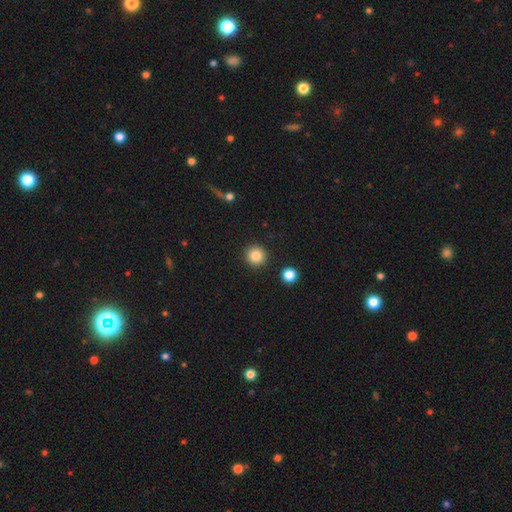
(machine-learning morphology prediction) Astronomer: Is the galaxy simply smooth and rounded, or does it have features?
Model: smooth — 84%.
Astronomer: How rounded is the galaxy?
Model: round — 95%.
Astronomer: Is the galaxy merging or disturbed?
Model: none — 92%.